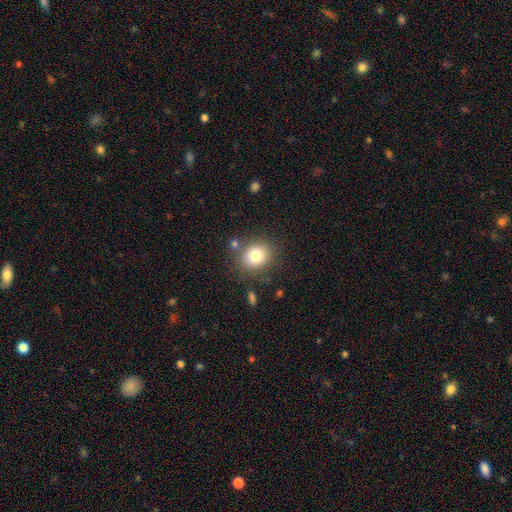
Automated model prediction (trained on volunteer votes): Smooth or featured? Predicted: smooth (p=0.80). How rounded? Predicted: round (p=0.71). Merging? Predicted: none (p=0.80).